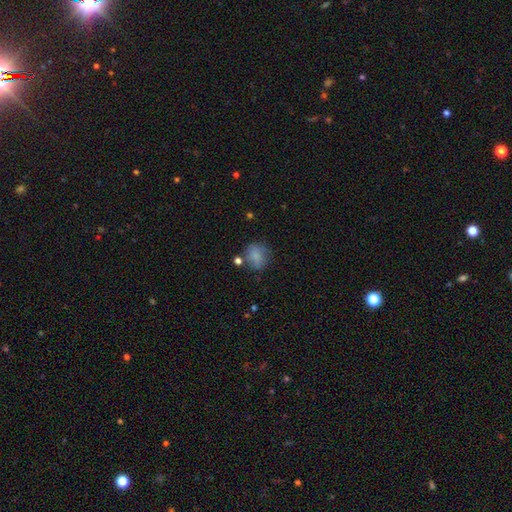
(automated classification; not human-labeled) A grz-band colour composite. It shows a smooth galaxy with no disk features (78%) that is round (66%). Merging: none (63%).